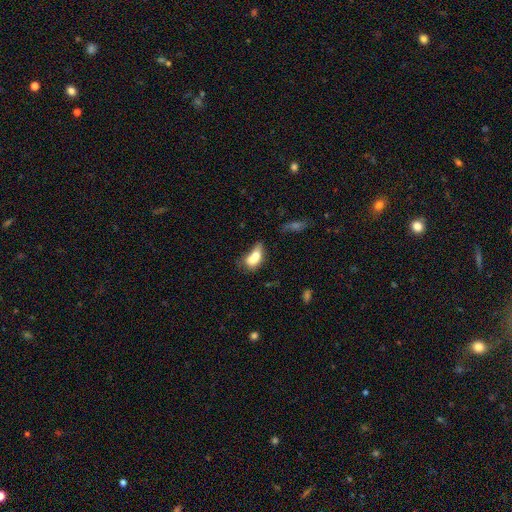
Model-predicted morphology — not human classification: Overall: smooth (69%). How rounded: in between (78%). Merging: merger (53%; none 20%).